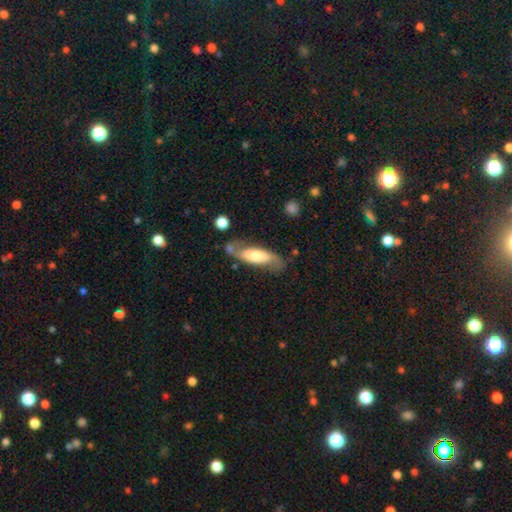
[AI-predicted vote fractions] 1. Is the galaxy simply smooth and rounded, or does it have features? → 50% smooth, 44% featured or disk, 6% star or artifact.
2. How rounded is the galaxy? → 61% in between, 36% cigar-shaped, 2% round.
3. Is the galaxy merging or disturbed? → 57% none, 23% minor disturbance, 11% major disturbance, 8% merger.